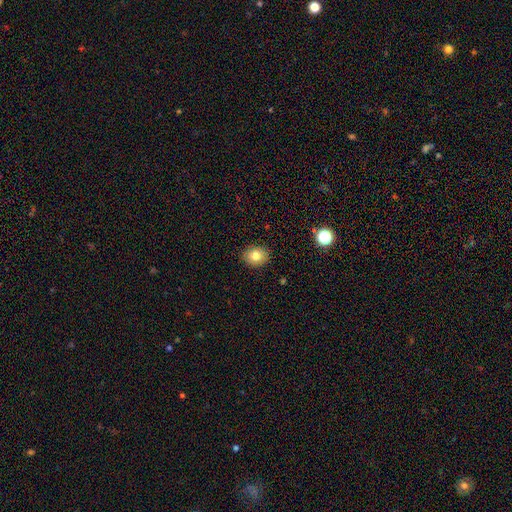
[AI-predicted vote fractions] Smooth or featured: smooth — 80% (star or artifact — 10%)
How rounded: round — 56% (in between — 43%)
Merging: none — 89% (minor disturbance — 8%)